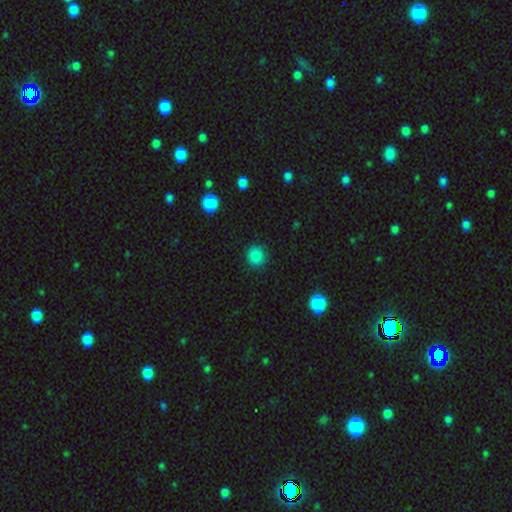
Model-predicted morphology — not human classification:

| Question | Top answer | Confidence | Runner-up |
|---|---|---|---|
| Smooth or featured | smooth | 86% | star or artifact (11%) |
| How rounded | round | 89% | in between (10%) |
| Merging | none | 90% | minor disturbance (6%) |